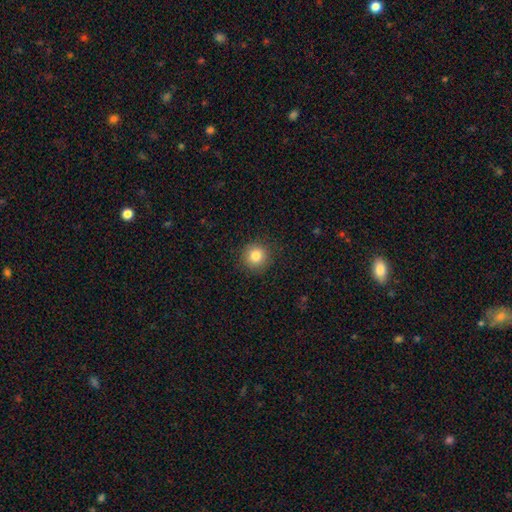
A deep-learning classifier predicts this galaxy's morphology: Smooth or featured?
  - smooth: 83% *
  - star or artifact: 11%
  - featured or disk: 6%
How rounded?
  - round: 93% *
  - in between: 6%
  - cigar-shaped: 1%
Merging?
  - none: 90% *
  - minor disturbance: 7%
  - major disturbance: 2%
  - merger: 1%